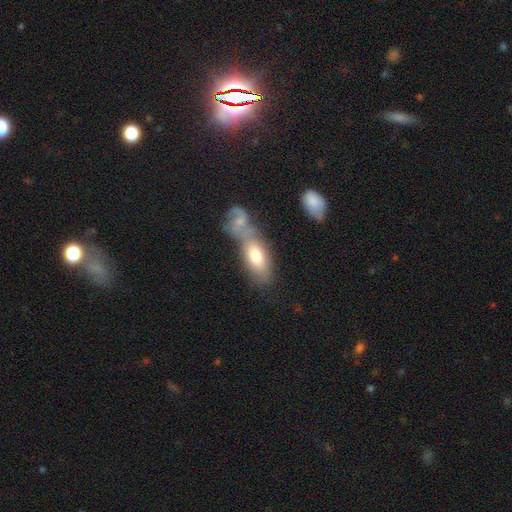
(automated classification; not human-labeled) A smooth galaxy with no disk features (67%) that is in between round and cigar-shaped (85%).

Vote fractions:
- Smooth or featured? smooth: 67% / featured or disk: 26% / star or artifact: 7%
- How rounded? in between: 85% / cigar-shaped: 11% / round: 4%
- Merging? merger: 48% / none: 33% / minor disturbance: 13% / major disturbance: 7%